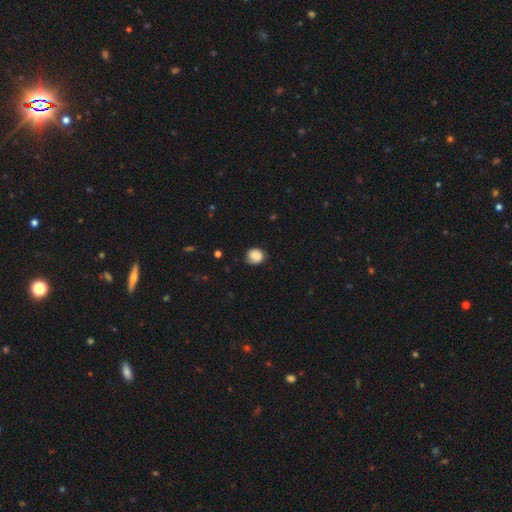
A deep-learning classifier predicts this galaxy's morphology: type=smooth (78%); roundness=round (74%); merging=none (65%).